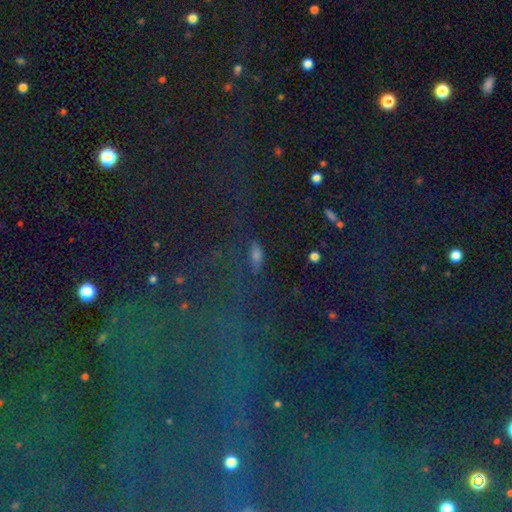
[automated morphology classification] smooth-or-featured: smooth: 59% | star or artifact: 27% | featured or disk: 15%
  how-rounded: in between: 68% | cigar-shaped: 23% | round: 9%
  merging: none: 72% | minor disturbance: 15% | major disturbance: 8% | merger: 5%